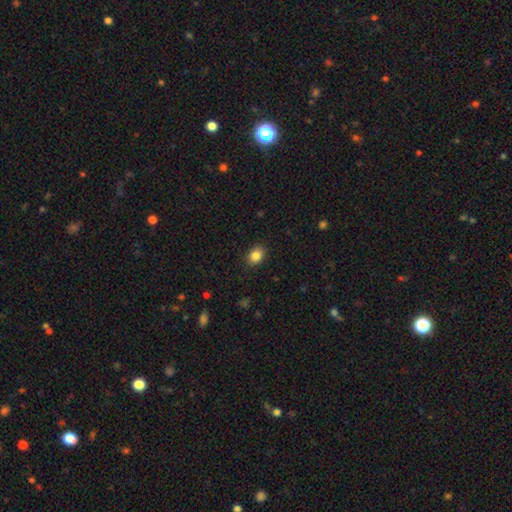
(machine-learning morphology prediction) Q: Smooth or featured?
A: smooth (85%); runner-up: star or artifact (10%)
Q: How rounded?
A: in between (61%); runner-up: round (38%)
Q: Merging?
A: none (88%); runner-up: minor disturbance (9%)